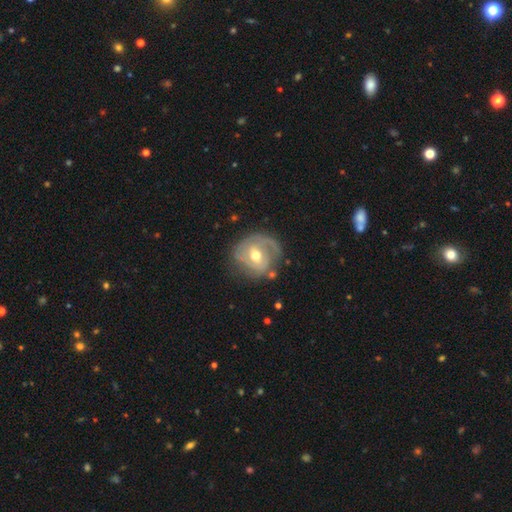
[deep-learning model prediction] Smooth or featured? featured or disk (77%)
Edge-on disk? no (97%)
Bar? weak (44%)
Spiral arms? yes (86%)
Spiral winding? tight (52%)
Spiral arm count? 2 (44%)
Bulge size? moderate (75%)
Merging? none (63%)